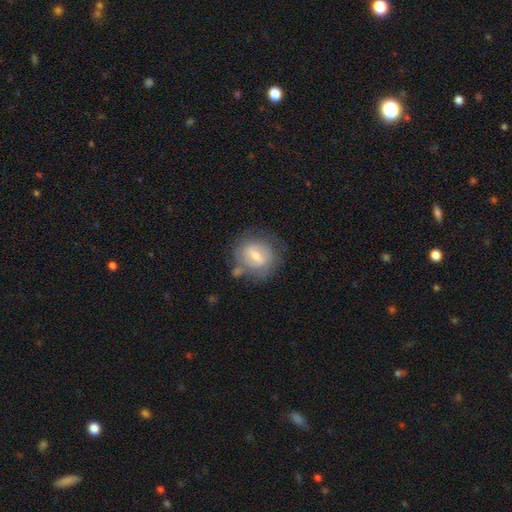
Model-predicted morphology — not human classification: The model was most divided on "smooth or featured" (2-way tie): smooth: 46%, featured or disk: 46%, star or artifact: 7%. More confident: merging — none (59%).